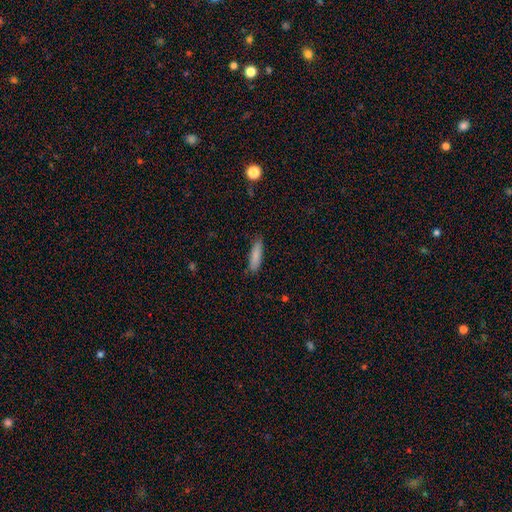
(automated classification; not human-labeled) The model was most divided on "how rounded": cigar-shaped: 62%, in between: 36%, round: 1%. More confident: smooth or featured — smooth (85%); merging — none (82%).